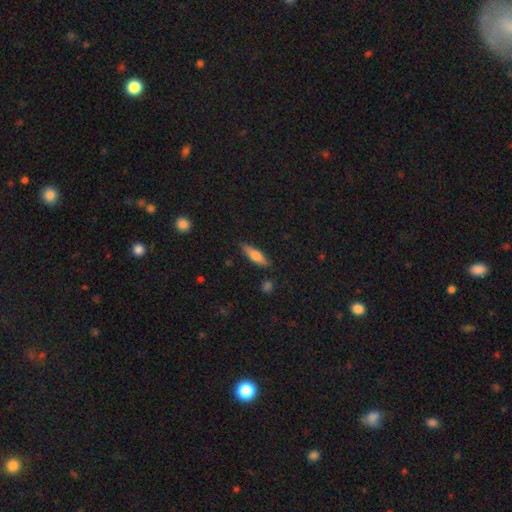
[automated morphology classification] Smooth or featured? Predicted: smooth (p=0.65). How rounded? Predicted: cigar-shaped (p=0.60). Merging? Predicted: none (p=0.85).